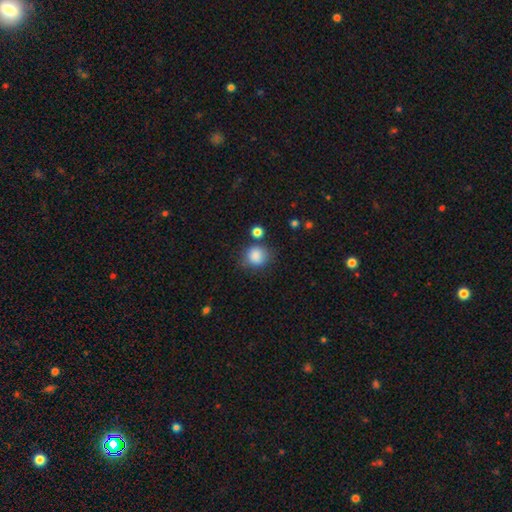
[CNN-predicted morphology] The model was most divided on "merging": none: 72%, minor disturbance: 15%, merger: 8%, major disturbance: 5%. More confident: smooth or featured — smooth (86%); how rounded — round (82%).